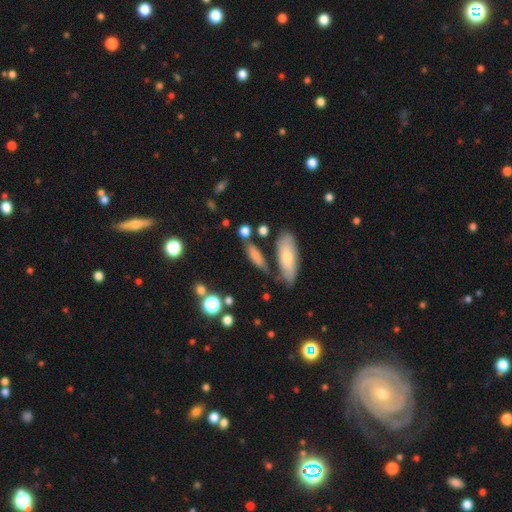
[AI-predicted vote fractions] smooth-or-featured: smooth: 73% | featured or disk: 17% | star or artifact: 10%
  how-rounded: in between: 50% | cigar-shaped: 43% | round: 7%
  merging: none: 63% | minor disturbance: 17% | merger: 14% | major disturbance: 6%